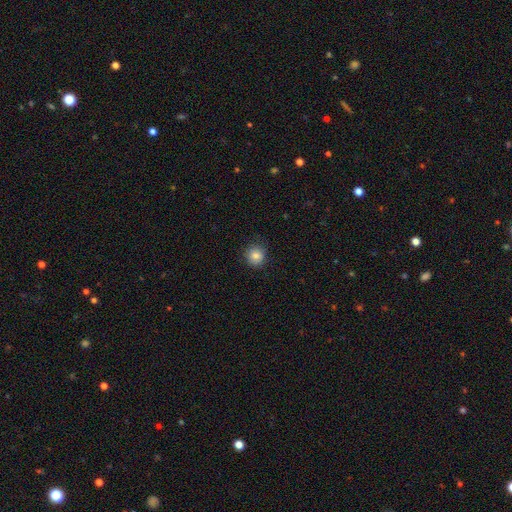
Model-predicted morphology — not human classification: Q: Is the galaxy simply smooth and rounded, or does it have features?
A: smooth — 83%.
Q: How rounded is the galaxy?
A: round — 90%.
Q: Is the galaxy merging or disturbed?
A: none — 87%.